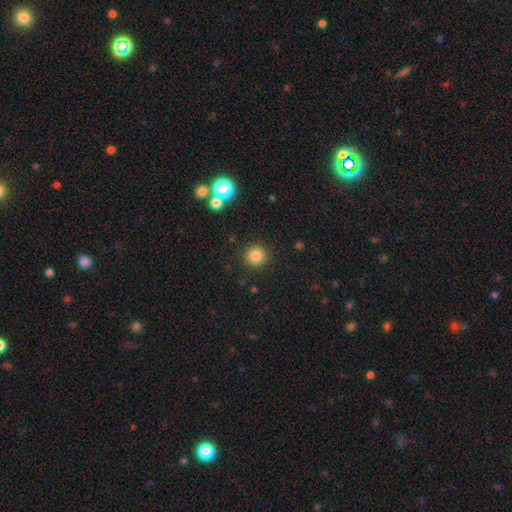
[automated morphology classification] Smooth or featured? Predicted: smooth (p=0.82). How rounded? Predicted: round (p=0.95). Merging? Predicted: none (p=0.91).